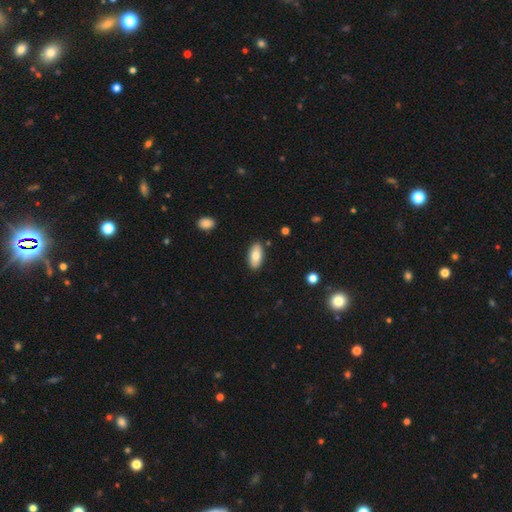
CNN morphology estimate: Q: Smooth or featured?
A: smooth (82%); runner-up: featured or disk (11%)
Q: How rounded?
A: in between (90%); runner-up: cigar-shaped (7%)
Q: Merging?
A: none (87%); runner-up: minor disturbance (9%)